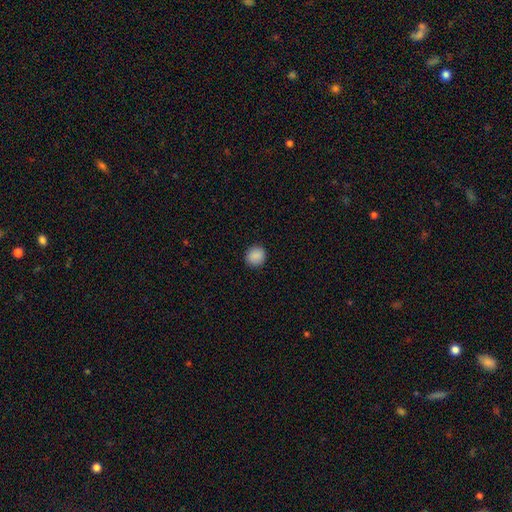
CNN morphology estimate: Overall: smooth (89%). How rounded: round (86%). Merging: none (91%).